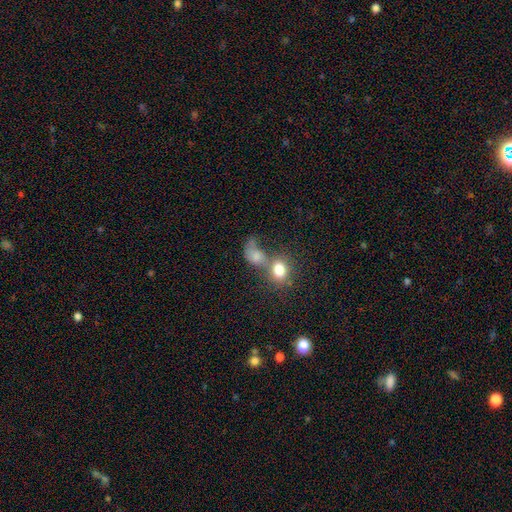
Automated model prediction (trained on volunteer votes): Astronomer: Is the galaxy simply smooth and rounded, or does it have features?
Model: smooth — 71%.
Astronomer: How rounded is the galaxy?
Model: in between — 63%.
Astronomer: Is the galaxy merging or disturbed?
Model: merger — 57%.